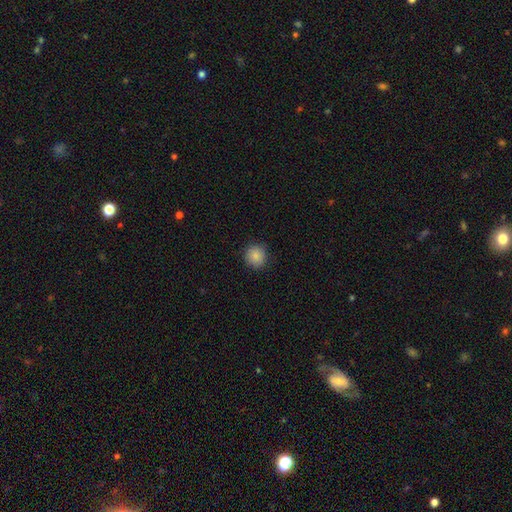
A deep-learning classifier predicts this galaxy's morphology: Smooth or featured? Predicted: smooth (p=0.86). How rounded? Predicted: round (p=0.92). Merging? Predicted: none (p=0.89).